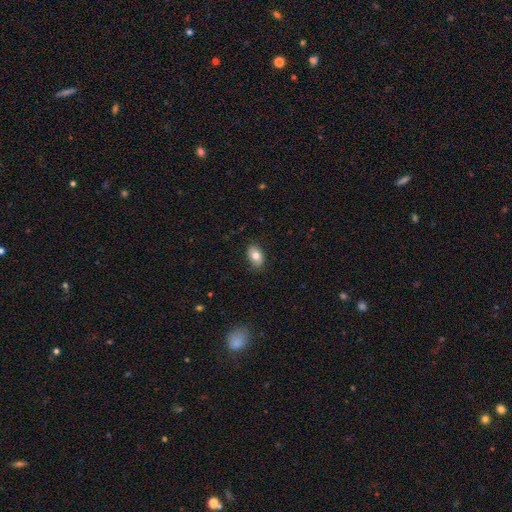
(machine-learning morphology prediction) smooth_or_featured: smooth (p=0.79) [alt: featured or disk p=0.13]
how_rounded: in between (p=0.89) [alt: round p=0.09]
merging: none (p=0.85) [alt: minor disturbance p=0.12]